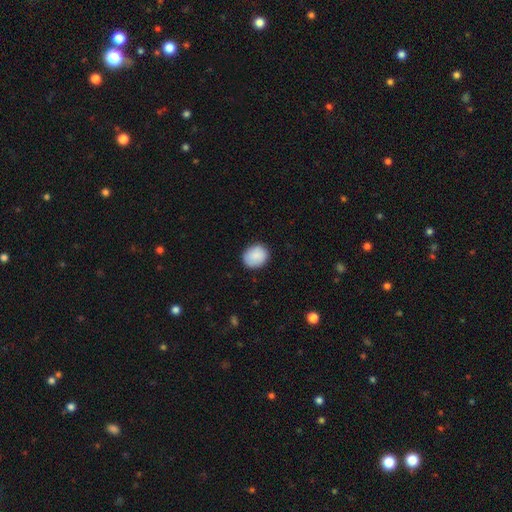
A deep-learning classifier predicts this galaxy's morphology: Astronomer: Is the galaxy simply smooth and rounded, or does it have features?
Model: smooth — 88%.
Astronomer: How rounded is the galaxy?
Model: round — 60% (runner-up: in between, 40%).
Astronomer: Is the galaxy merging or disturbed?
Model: none — 87%.